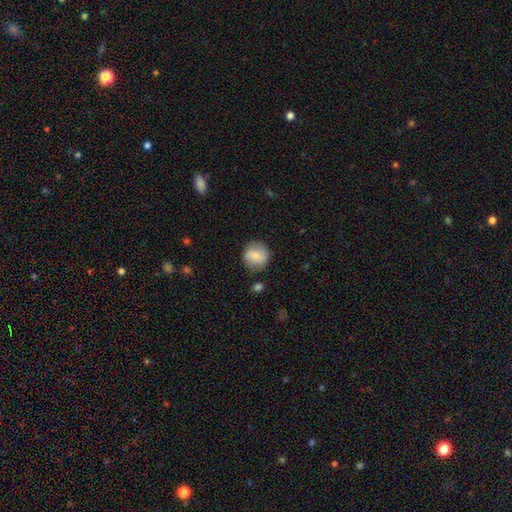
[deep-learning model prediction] smooth 67%, featured or disk 26%, star or artifact 7%. Down the decision tree: how rounded — round (87%); merging — none (81%).